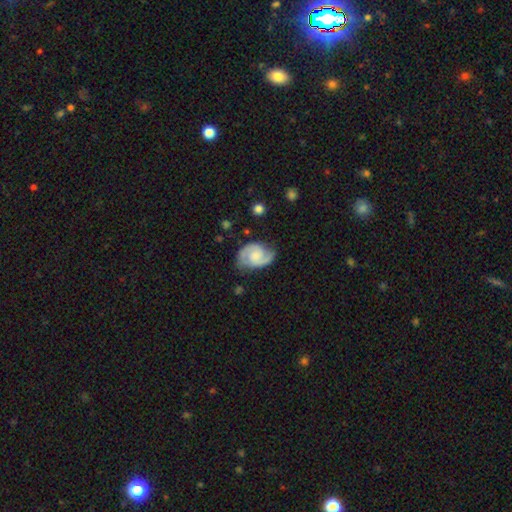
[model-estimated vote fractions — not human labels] Morphology: type=featured or disk (83%); edge-on=no (98%); bar=no (57%); spiral arms=yes (97%); winding=medium (52%); arm count=2 (90%); bulge=small (40%); merging=none (75%).